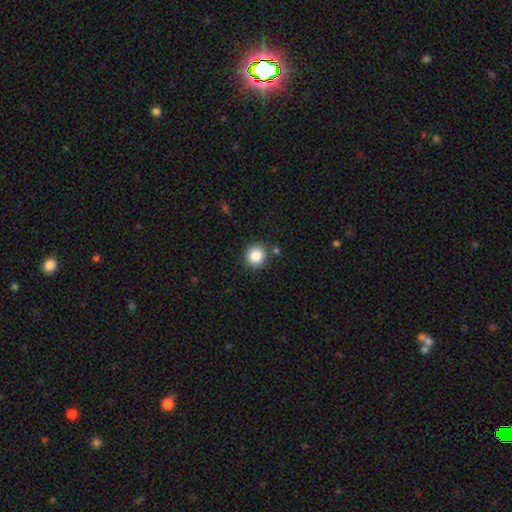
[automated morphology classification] A smooth galaxy with no disk features (85%) that is round (91%).

Vote fractions:
- Smooth or featured? smooth: 85% / star or artifact: 10% / featured or disk: 5%
- How rounded? round: 91% / in between: 8% / cigar-shaped: 1%
- Merging? none: 87% / minor disturbance: 7% / merger: 4% / major disturbance: 2%